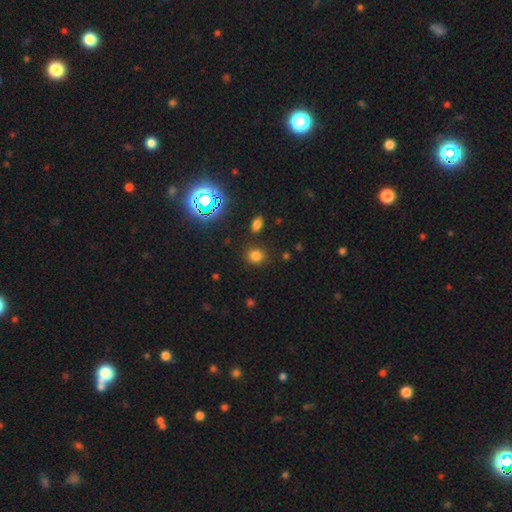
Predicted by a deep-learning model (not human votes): smooth_or_featured: smooth (p=0.73) [alt: star or artifact p=0.21]
how_rounded: round (p=0.78) [alt: in between p=0.21]
merging: none (p=0.85) [alt: minor disturbance p=0.08]